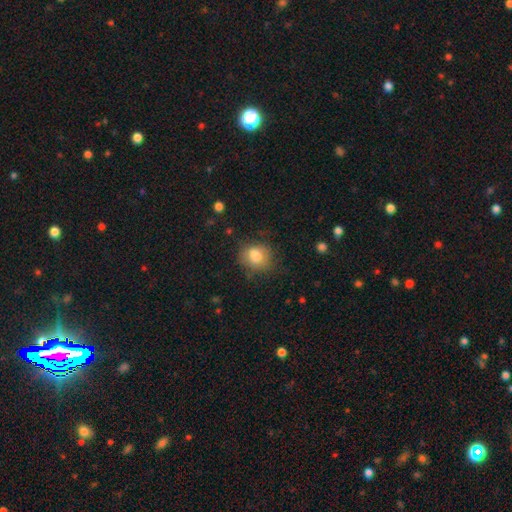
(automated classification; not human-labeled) smooth_or_featured: smooth (p=0.77) [alt: featured or disk p=0.14]
how_rounded: round (p=0.68) [alt: in between p=0.31]
merging: none (p=0.64) [alt: minor disturbance p=0.23]